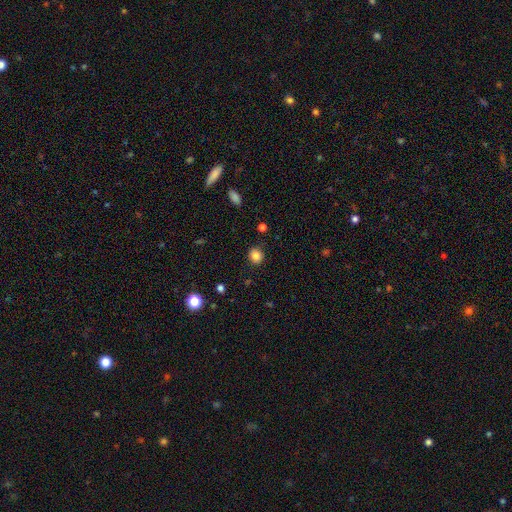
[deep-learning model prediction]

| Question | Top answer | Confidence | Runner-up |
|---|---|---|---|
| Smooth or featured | smooth | 84% | star or artifact (11%) |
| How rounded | round | 84% | in between (15%) |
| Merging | none | 88% | minor disturbance (8%) |